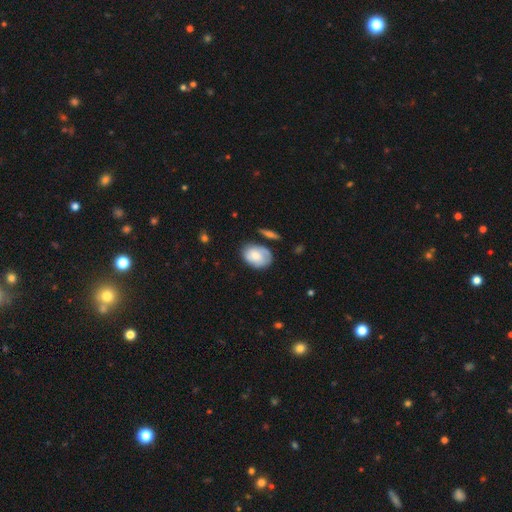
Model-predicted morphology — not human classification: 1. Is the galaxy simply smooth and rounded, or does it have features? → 68% smooth, 25% featured or disk, 7% star or artifact.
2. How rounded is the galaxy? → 79% in between, 20% round, 1% cigar-shaped.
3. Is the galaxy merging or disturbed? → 58% none, 27% minor disturbance, 8% major disturbance, 7% merger.